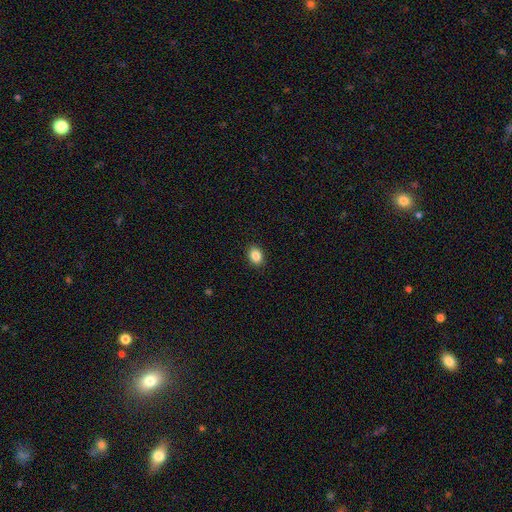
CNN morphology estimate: This is clearly a smooth galaxy (86%). How rounded: likely in between (68%). Merging: clearly none (90%).